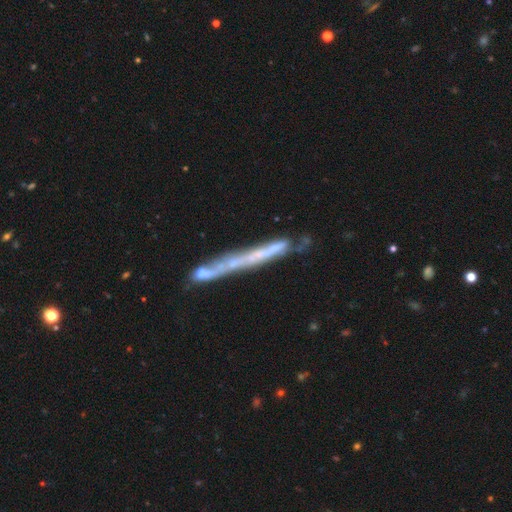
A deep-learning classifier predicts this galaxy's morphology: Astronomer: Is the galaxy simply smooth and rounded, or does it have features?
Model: featured or disk — 61%.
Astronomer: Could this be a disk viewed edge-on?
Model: yes — 86%.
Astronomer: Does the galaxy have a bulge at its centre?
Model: none — 87%.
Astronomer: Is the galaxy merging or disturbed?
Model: none — 61%.